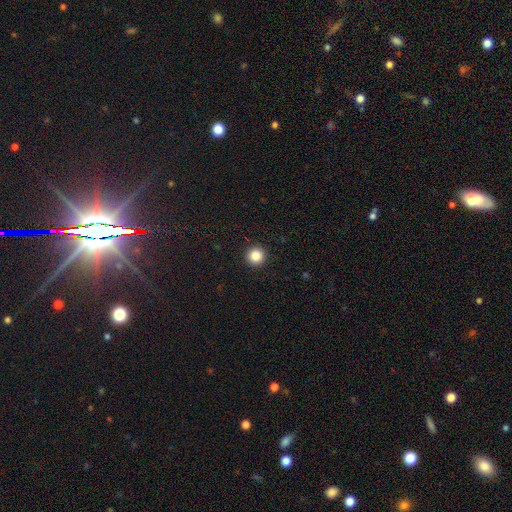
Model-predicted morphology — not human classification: This appears to be a smooth galaxy with no disk features (85%) that is round (96%). Merging: none (94%).